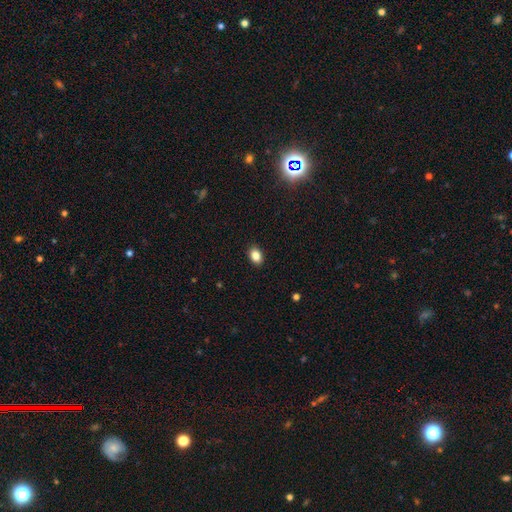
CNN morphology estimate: The model was most divided on "how rounded": in between: 77%, round: 22%, cigar-shaped: 1%. More confident: merging — none (90%); smooth or featured — smooth (86%).